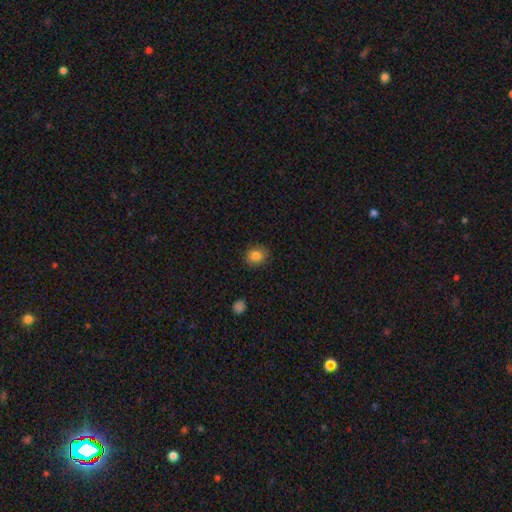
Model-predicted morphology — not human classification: Smooth or featured?
  - smooth: 82% *
  - star or artifact: 11%
  - featured or disk: 7%
How rounded?
  - round: 72% *
  - in between: 27%
  - cigar-shaped: 1%
Merging?
  - none: 86% *
  - minor disturbance: 10%
  - major disturbance: 2%
  - merger: 1%